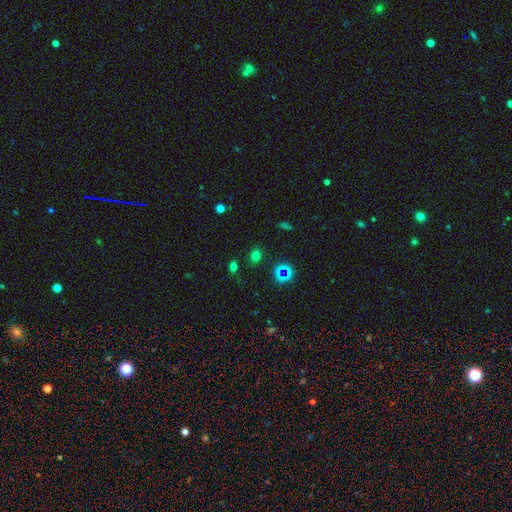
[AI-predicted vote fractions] Morphology: type=smooth (64%); roundness=round (53%); merging=none (81%).